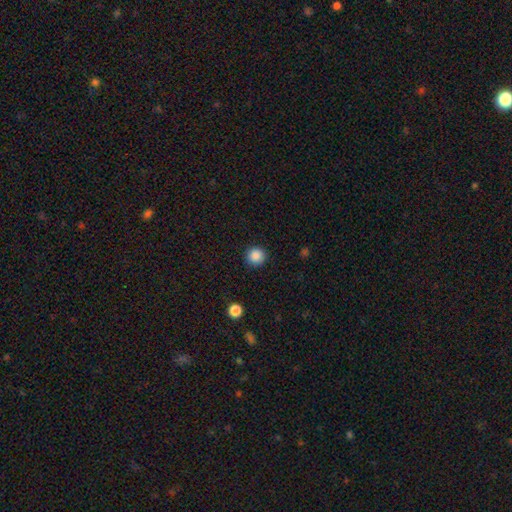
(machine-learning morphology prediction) Overall: smooth (87%). How rounded: round (95%). Merging: none (92%).